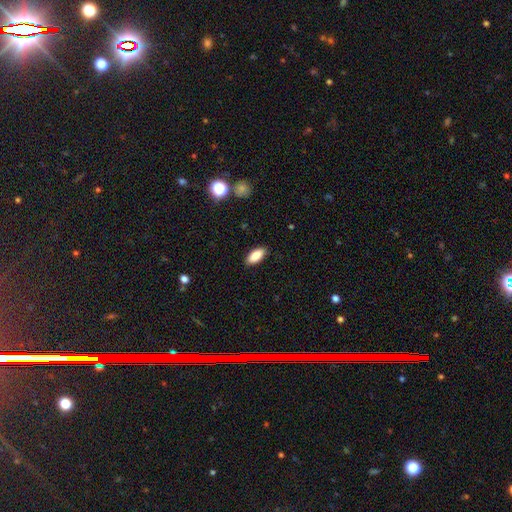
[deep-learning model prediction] Smooth or featured: smooth — 86% (featured or disk — 7%)
How rounded: in between — 85% (cigar-shaped — 13%)
Merging: none — 89% (minor disturbance — 8%)